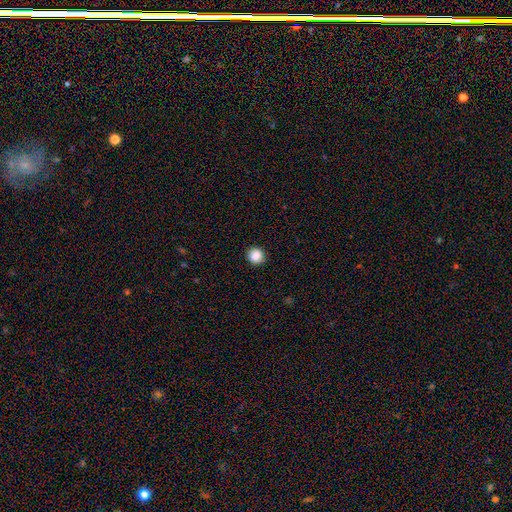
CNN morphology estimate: Smooth or featured? smooth (88%)
How rounded? round (94%)
Merging? none (92%)